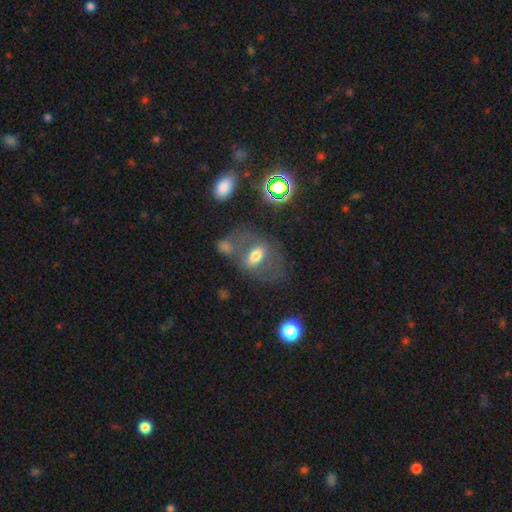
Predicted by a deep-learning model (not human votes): Smooth or featured: smooth — 44% (featured or disk — 42%)
Merging: none — 53% (major disturbance — 17%)